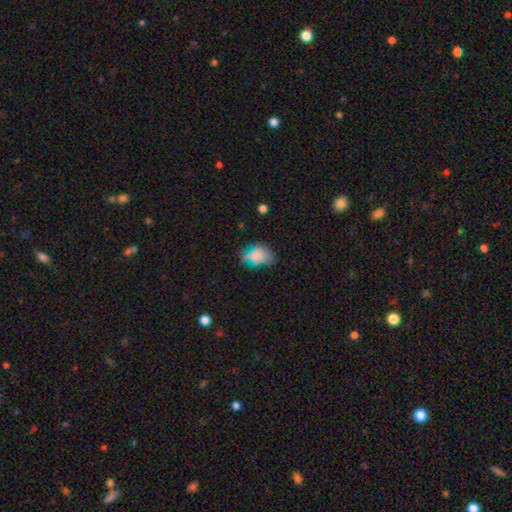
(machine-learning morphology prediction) This is likely a smooth galaxy (69%). How rounded: likely in between (75%). Merging: possibly none (58%).